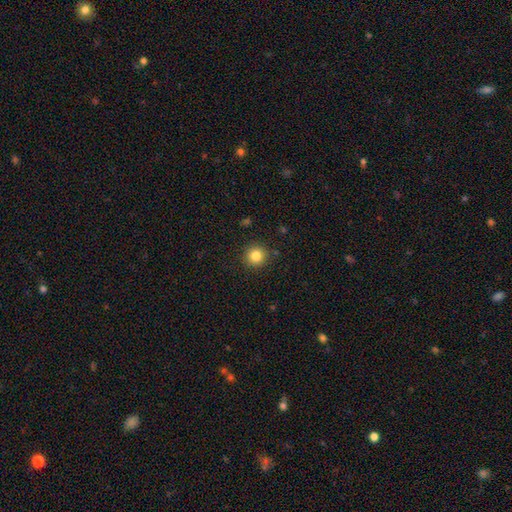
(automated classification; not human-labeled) smooth 84%, star or artifact 11%, featured or disk 5%. Down the decision tree: how rounded — round (94%); merging — none (90%).